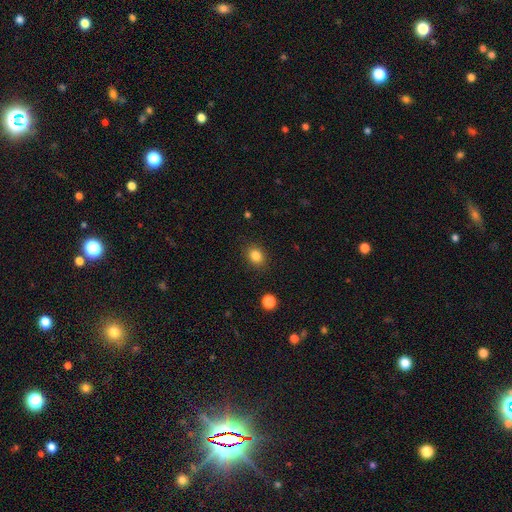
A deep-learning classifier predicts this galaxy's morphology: type=smooth (83%); roundness=in between (56%); merging=none (87%).